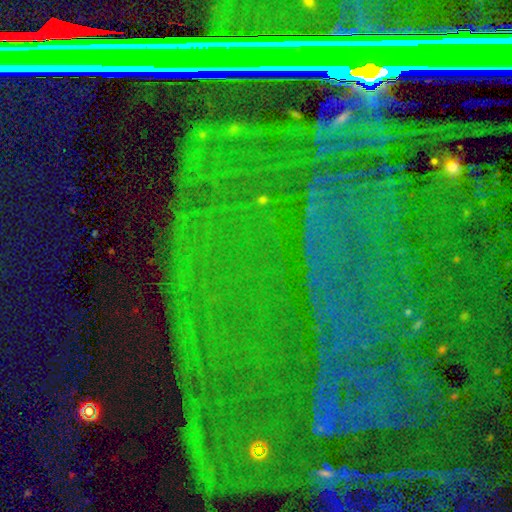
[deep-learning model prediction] The model was most divided on "smooth or featured": star or artifact: 86%, featured or disk: 8%, smooth: 6%.